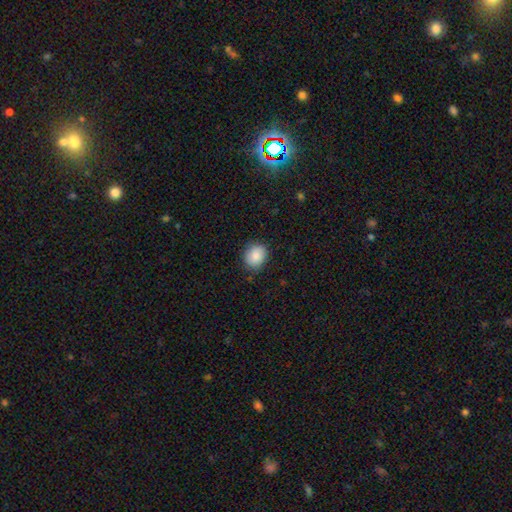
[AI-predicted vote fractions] Smooth or featured? smooth (87%)
How rounded? round (67%)
Merging? none (84%)